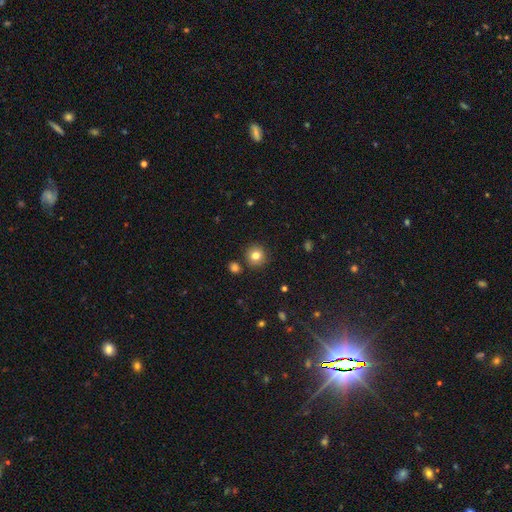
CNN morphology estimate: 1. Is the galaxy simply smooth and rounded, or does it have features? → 80% smooth, 11% star or artifact, 8% featured or disk.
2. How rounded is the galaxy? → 93% round, 6% in between, 1% cigar-shaped.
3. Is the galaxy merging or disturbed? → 86% none, 7% minor disturbance, 4% merger, 2% major disturbance.